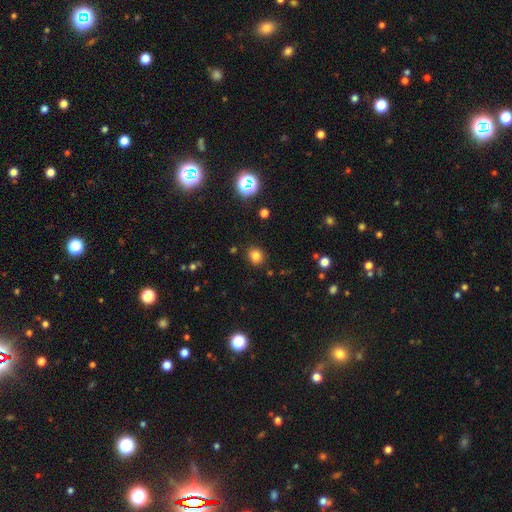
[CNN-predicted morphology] type=smooth (80%); roundness=round (70%); merging=none (87%).